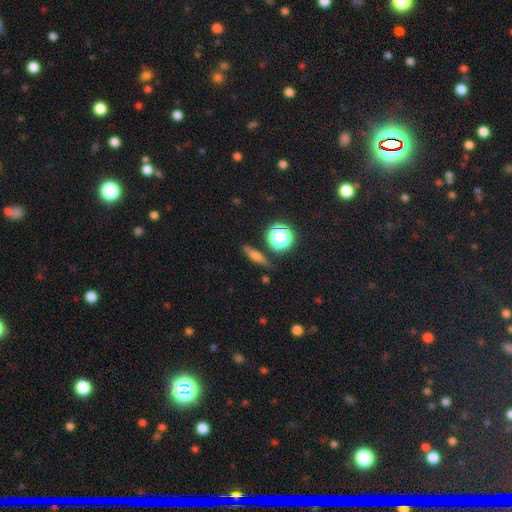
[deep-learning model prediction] Smooth or featured?
  - smooth: 55% *
  - featured or disk: 28%
  - star or artifact: 17%
How rounded?
  - cigar-shaped: 60% *
  - in between: 23%
  - round: 18%
Merging?
  - none: 81% *
  - minor disturbance: 12%
  - major disturbance: 3%
  - merger: 3%